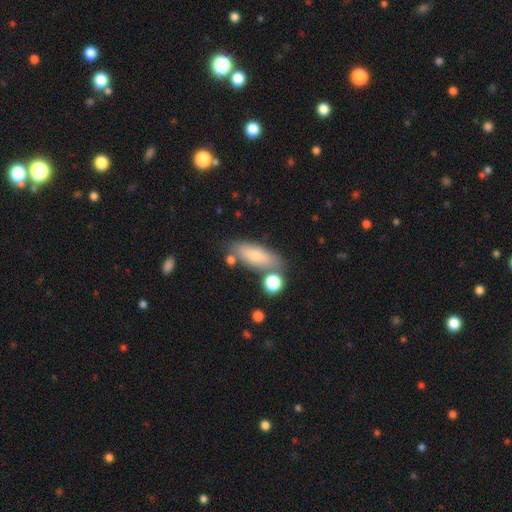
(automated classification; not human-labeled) This appears to be a smooth galaxy with no disk features (70%) that is in between round and cigar-shaped (69%). Merging: none (67%).